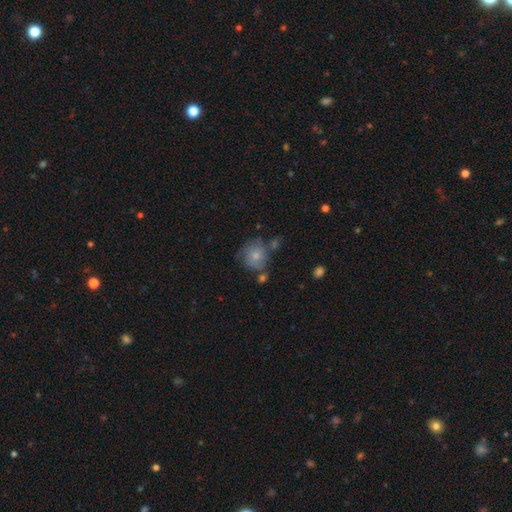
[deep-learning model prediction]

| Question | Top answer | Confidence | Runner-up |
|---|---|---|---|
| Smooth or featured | smooth | 70% | featured or disk (22%) |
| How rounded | round | 79% | in between (20%) |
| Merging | none | 52% | minor disturbance (25%) |